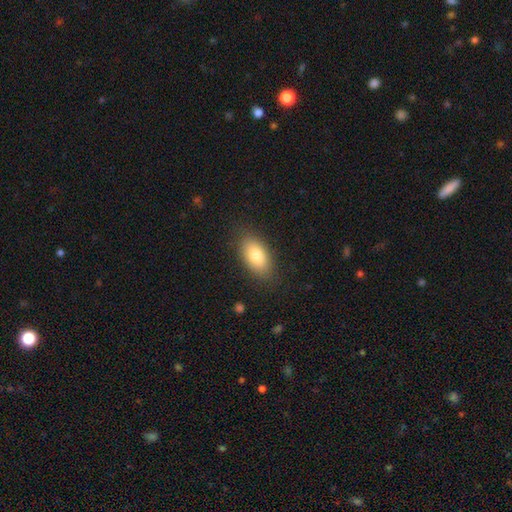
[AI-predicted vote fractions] Smooth or featured? Predicted: smooth (p=0.79). How rounded? Predicted: in between (p=0.91). Merging? Predicted: none (p=0.84).